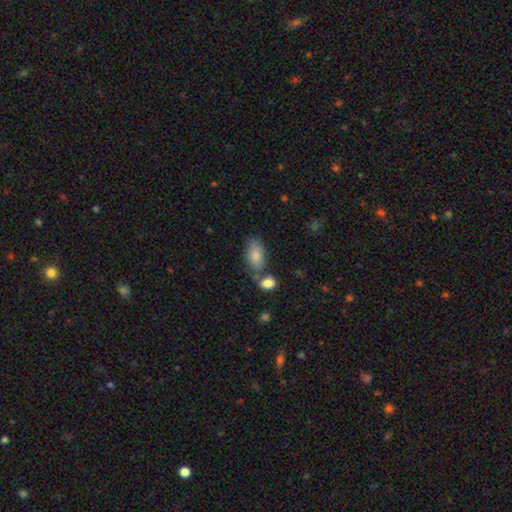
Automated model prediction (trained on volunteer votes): Smooth or featured? smooth (82%)
How rounded? in between (92%)
Merging? none (53%)